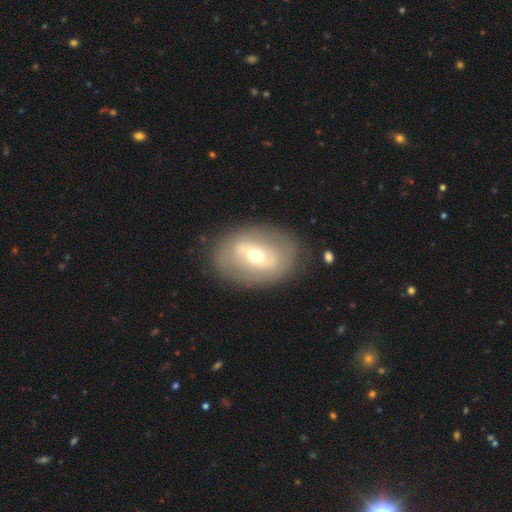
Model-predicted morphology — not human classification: smooth_or_featured: featured or disk (p=0.60) [alt: smooth p=0.32]
disk_edge_on: no (p=0.90) [alt: yes p=0.10]
bar: strong (p=0.39) [alt: weak p=0.36]
has_spiral_arms: no (p=0.70) [alt: yes p=0.30]
bulge_size: moderate (p=0.56) [alt: small p=0.37]
merging: none (p=0.82) [alt: minor disturbance p=0.11]